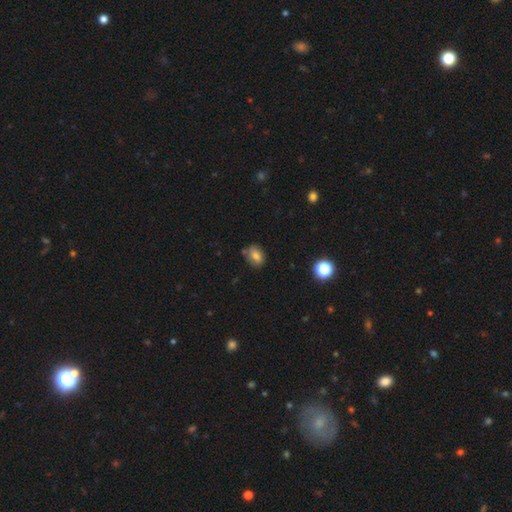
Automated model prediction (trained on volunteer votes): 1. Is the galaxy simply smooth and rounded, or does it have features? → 76% smooth, 13% featured or disk, 12% star or artifact.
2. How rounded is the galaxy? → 68% in between, 30% round, 2% cigar-shaped.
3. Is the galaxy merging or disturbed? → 70% none, 19% minor disturbance, 7% merger, 4% major disturbance.